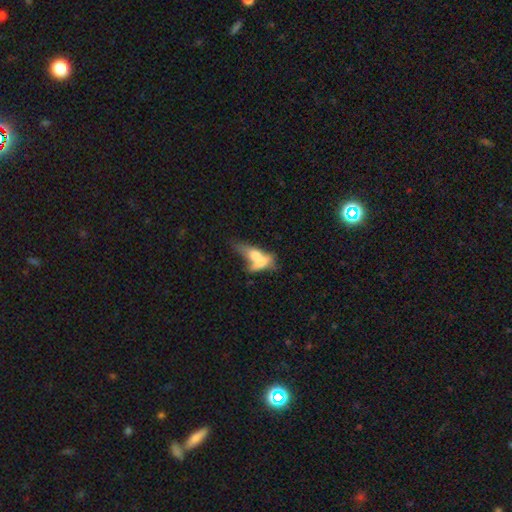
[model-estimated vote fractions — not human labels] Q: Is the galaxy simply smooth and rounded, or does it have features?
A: smooth — 57%.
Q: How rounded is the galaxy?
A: in between — 64%.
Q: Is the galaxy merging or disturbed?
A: merger — 68%.